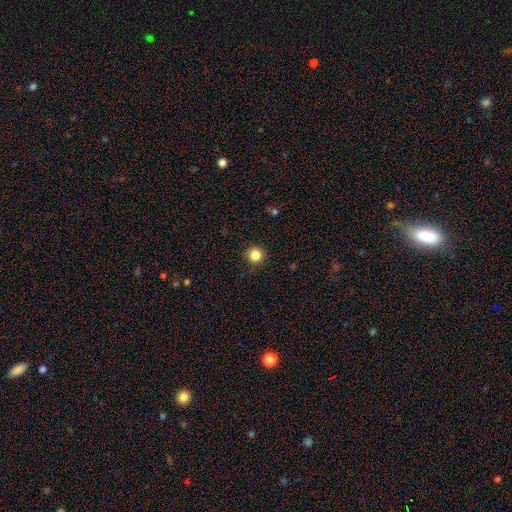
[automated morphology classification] Smooth or featured? Predicted: smooth (p=0.84). How rounded? Predicted: round (p=0.94). Merging? Predicted: none (p=0.91).